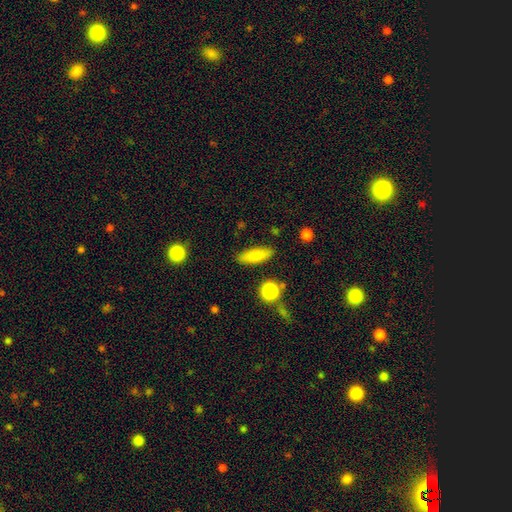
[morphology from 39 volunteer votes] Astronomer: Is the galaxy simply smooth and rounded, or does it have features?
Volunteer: smooth — 90%.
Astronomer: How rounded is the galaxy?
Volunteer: in between — 66%.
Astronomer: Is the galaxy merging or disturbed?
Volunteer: none — 92%.